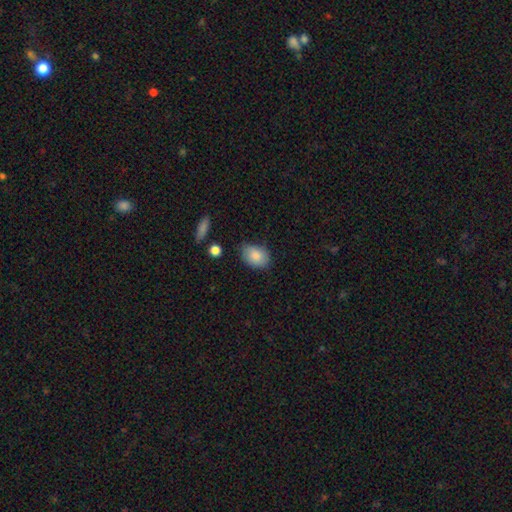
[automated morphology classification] smooth-or-featured: smooth: 86% | star or artifact: 7% | featured or disk: 7%
  how-rounded: in between: 81% | round: 18% | cigar-shaped: 1%
  merging: none: 71% | minor disturbance: 22% | major disturbance: 4% | merger: 2%